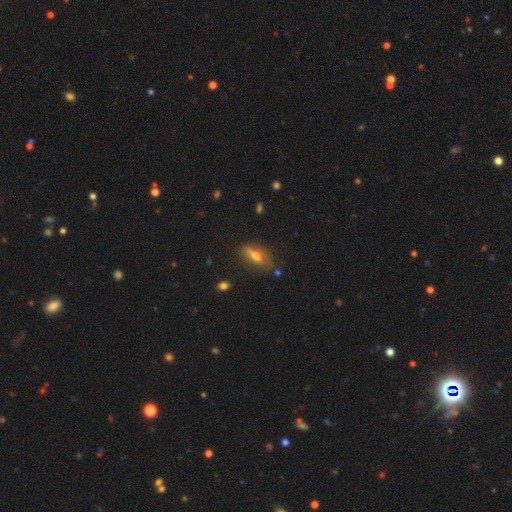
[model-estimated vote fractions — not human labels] A smooth galaxy with no disk features (51%) that is in between round and cigar-shaped (54%).

Vote fractions:
- Smooth or featured? smooth: 51% / featured or disk: 37% / star or artifact: 11%
- How rounded? in between: 54% / cigar-shaped: 41% / round: 5%
- Merging? none: 67% / minor disturbance: 21% / major disturbance: 8% / merger: 4%